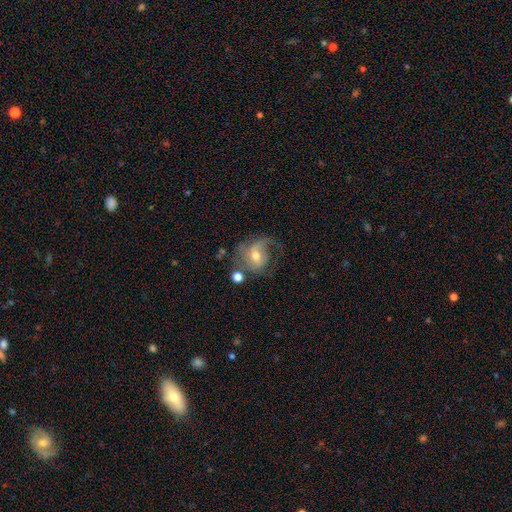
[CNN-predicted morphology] smooth-or-featured: featured or disk: 67% | smooth: 24% | star or artifact: 9%
  disk-edge-on: no: 96% | yes: 4%
    bar: weak: 44% | no: 40% | strong: 16%
    has-spiral-arms: yes: 85% | no: 15%
      spiral-winding: loose: 45% | medium: 38% | tight: 17%
      spiral-arm-count: 1: 47% | 2: 35% | can't tell: 12% | 3: 4% | 4: 1% | more than 4: 1%
    bulge-size: moderate: 63% | small: 29% | large: 5% | none: 2% | dominant: 1%
  merging: none: 41% | major disturbance: 31% | minor disturbance: 21% | merger: 7%